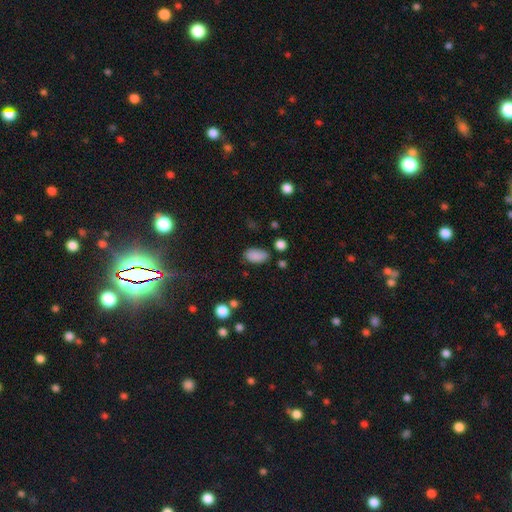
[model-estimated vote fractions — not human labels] Smooth or featured? smooth (86%)
How rounded? in between (93%)
Merging? none (75%)